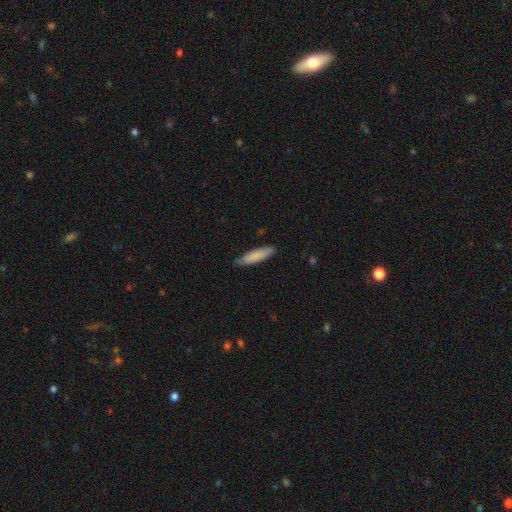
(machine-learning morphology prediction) A smooth galaxy with no disk features (82%) that is cigar-shaped (76%). Merging: none (81%).